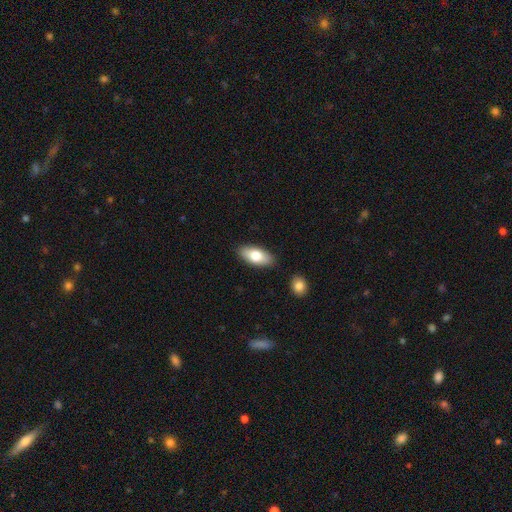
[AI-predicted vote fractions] Smooth or featured?
  - smooth: 76% *
  - featured or disk: 18%
  - star or artifact: 6%
How rounded?
  - in between: 88% *
  - cigar-shaped: 10%
  - round: 3%
Merging?
  - none: 86% *
  - minor disturbance: 9%
  - merger: 3%
  - major disturbance: 2%